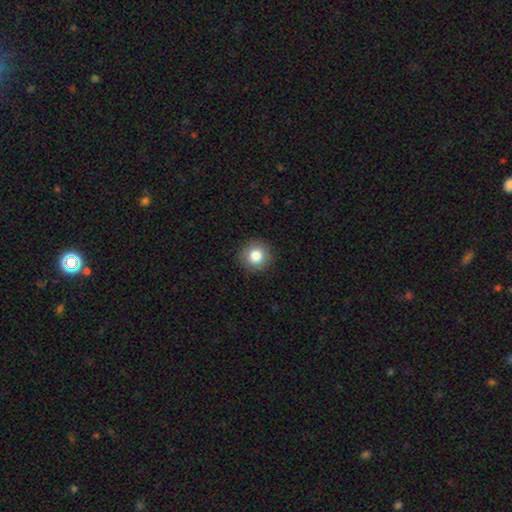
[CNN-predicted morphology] smooth 82%, star or artifact 9%, featured or disk 8%. Down the decision tree: how rounded — round (94%); merging — none (90%).